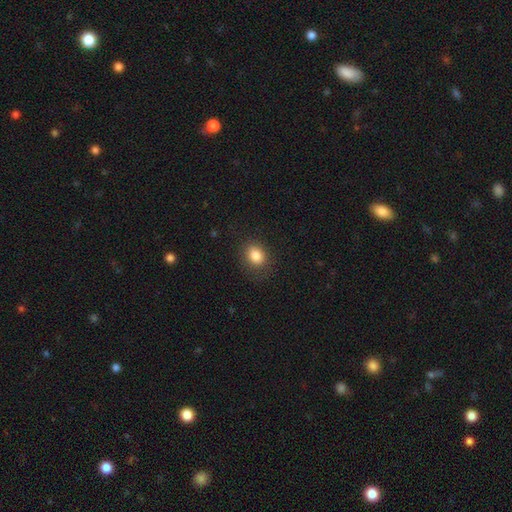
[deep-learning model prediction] The model was most divided on "how rounded": round: 53%, in between: 46%, cigar-shaped: 1%. More confident: smooth or featured — smooth (84%); merging — none (82%).